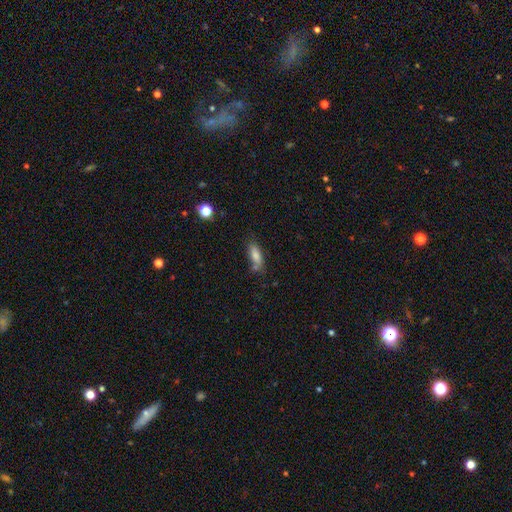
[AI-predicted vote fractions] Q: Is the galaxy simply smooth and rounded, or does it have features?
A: smooth — 81%.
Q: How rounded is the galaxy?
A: in between — 67%.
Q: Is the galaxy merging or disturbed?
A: none — 62%.